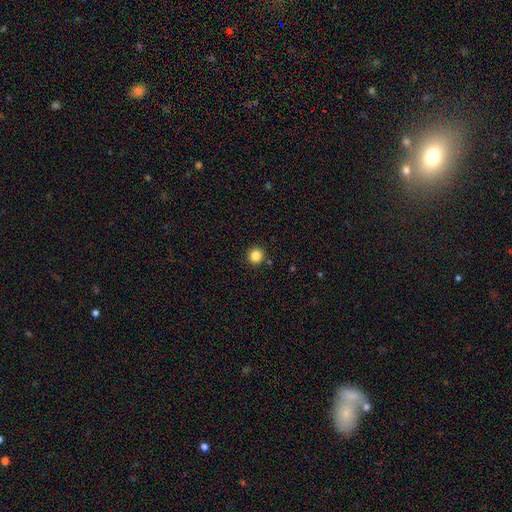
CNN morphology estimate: Smooth or featured? Predicted: smooth (p=0.85). How rounded? Predicted: round (p=0.94). Merging? Predicted: none (p=0.91).